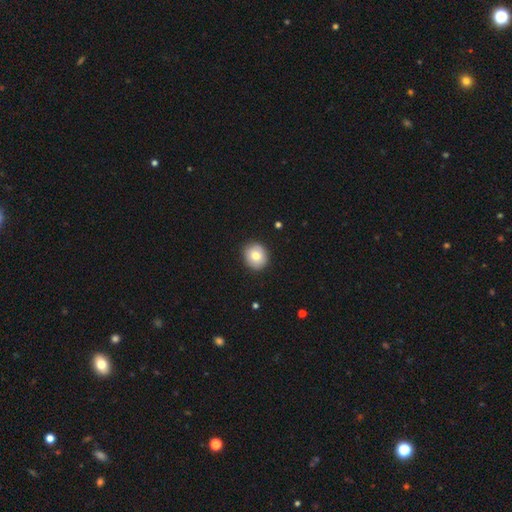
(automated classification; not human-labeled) Smooth or featured?
  - smooth: 77% *
  - featured or disk: 14%
  - star or artifact: 9%
How rounded?
  - round: 81% *
  - in between: 18%
  - cigar-shaped: 1%
Merging?
  - none: 89% *
  - minor disturbance: 8%
  - major disturbance: 2%
  - merger: 1%